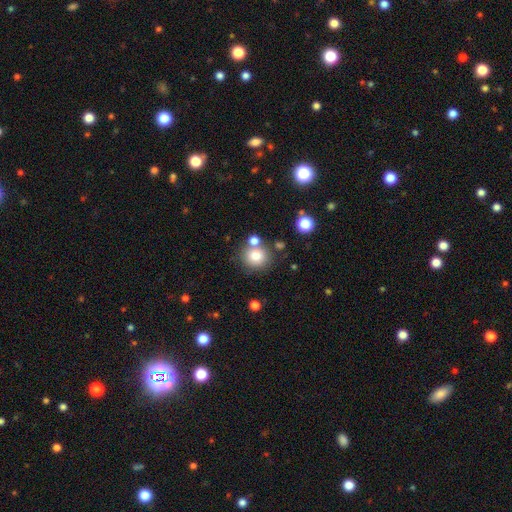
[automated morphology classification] type=smooth (78%); roundness=round (89%); merging=none (68%).